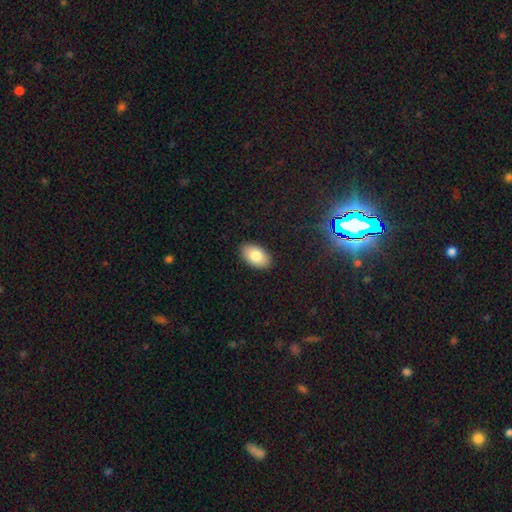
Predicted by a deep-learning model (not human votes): Morphology: type=smooth (80%); roundness=in between (94%); merging=none (89%).